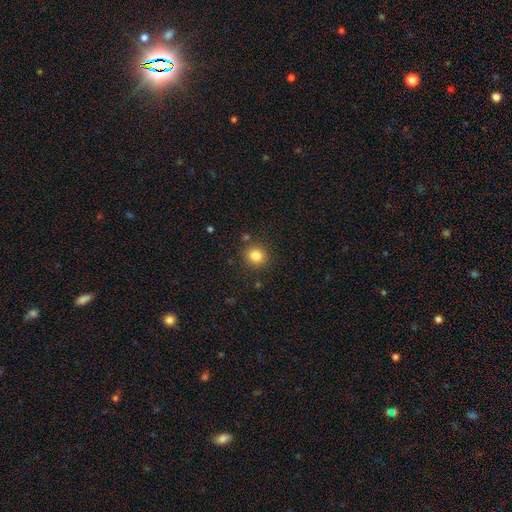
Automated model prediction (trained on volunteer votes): A smooth galaxy with no disk features (83%) that is round (90%). Merging: none (87%).